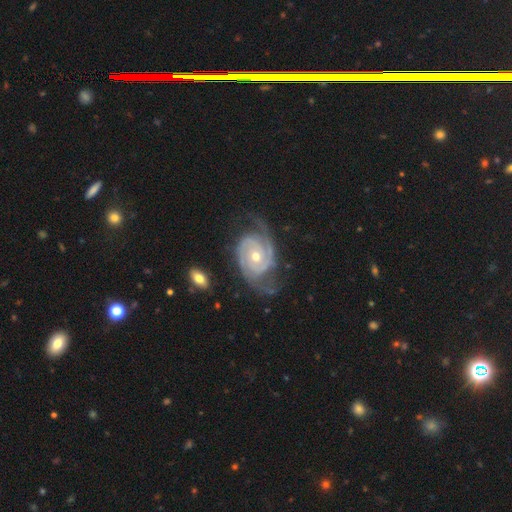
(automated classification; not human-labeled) smooth_or_featured: featured or disk (p=0.92) [alt: star or artifact p=0.04]
disk_edge_on: no (p=0.97) [alt: yes p=0.03]
bar: no (p=0.68) [alt: weak p=0.24]
has_spiral_arms: yes (p=0.98) [alt: no p=0.02]
spiral_winding: tight (p=0.55) [alt: medium p=0.36]
spiral_arm_count: 2 (p=0.75) [alt: 3 p=0.11]
bulge_size: moderate (p=0.55) [alt: small p=0.41]
merging: none (p=0.66) [alt: minor disturbance p=0.20]